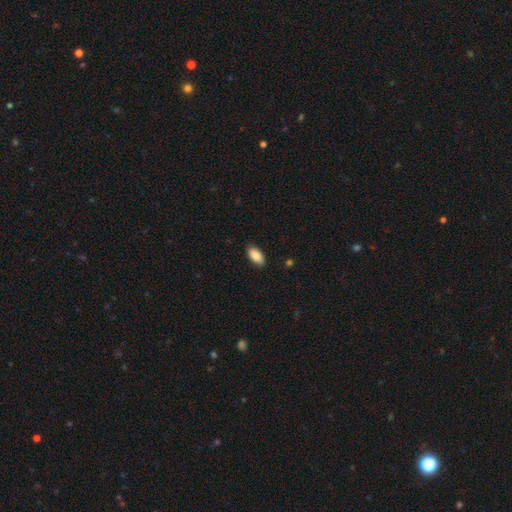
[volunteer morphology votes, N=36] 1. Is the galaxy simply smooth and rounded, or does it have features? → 89% smooth, 6% featured or disk, 6% star or artifact.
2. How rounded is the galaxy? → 91% in between, 6% cigar-shaped, 3% round.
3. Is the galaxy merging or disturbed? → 94% none, 3% minor disturbance, 3% major disturbance, 0% merger.